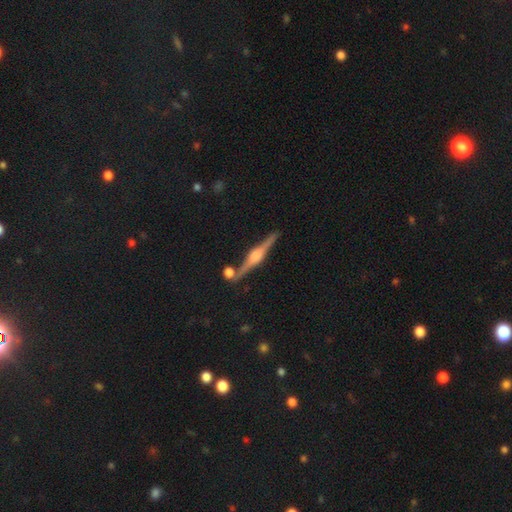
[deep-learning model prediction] Smooth or featured?
  - featured or disk: 86% *
  - smooth: 8%
  - star or artifact: 6%
Edge-on disk?
  - yes: 98% *
  - no: 2%
Edge-on bulge?
  - rounded: 85% *
  - boxy: 12%
  - none: 2%
Merging?
  - none: 84% *
  - minor disturbance: 8%
  - merger: 6%
  - major disturbance: 2%